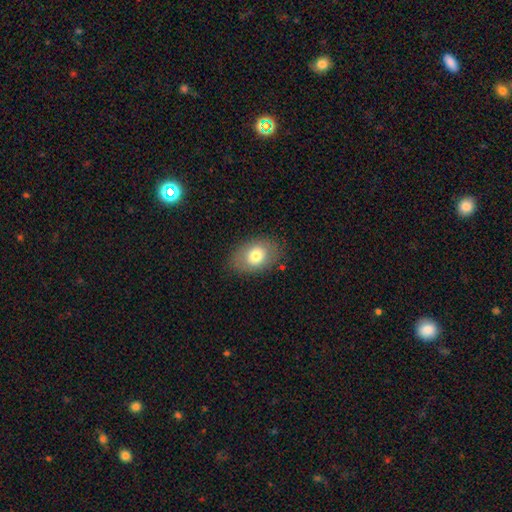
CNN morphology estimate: smooth_or_featured: smooth (p=0.75) [alt: featured or disk p=0.17]
how_rounded: in between (p=0.80) [alt: round p=0.19]
merging: none (p=0.83) [alt: minor disturbance p=0.12]